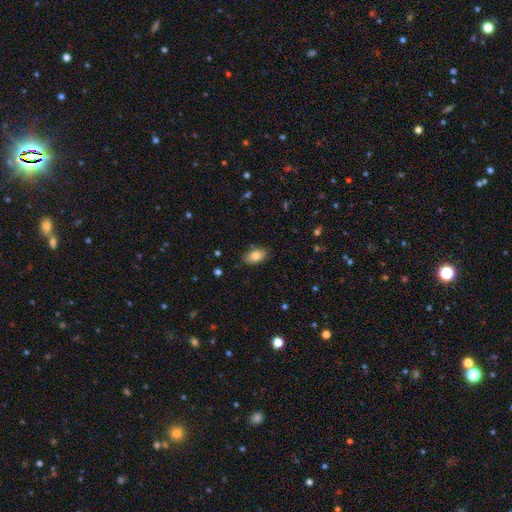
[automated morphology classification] A smooth galaxy with no disk features (82%) that is in between round and cigar-shaped (92%).

Vote fractions:
- Smooth or featured? smooth: 82% / featured or disk: 11% / star or artifact: 7%
- How rounded? in between: 92% / round: 6% / cigar-shaped: 2%
- Merging? none: 84% / minor disturbance: 12% / major disturbance: 2% / merger: 1%